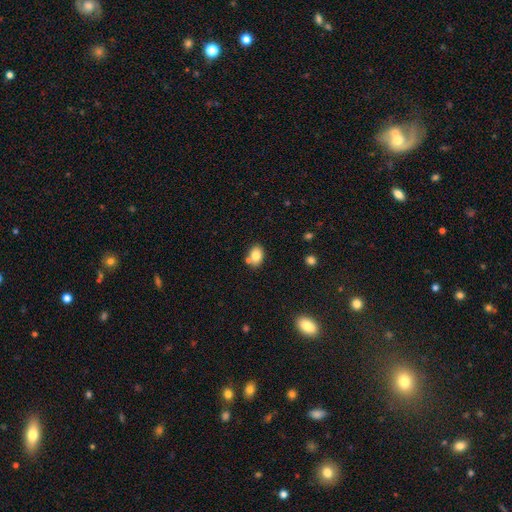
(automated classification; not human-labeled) smooth_or_featured: smooth (p=0.80) [alt: featured or disk p=0.11]
how_rounded: in between (p=0.73) [alt: round p=0.26]
merging: none (p=0.67) [alt: merger p=0.17]